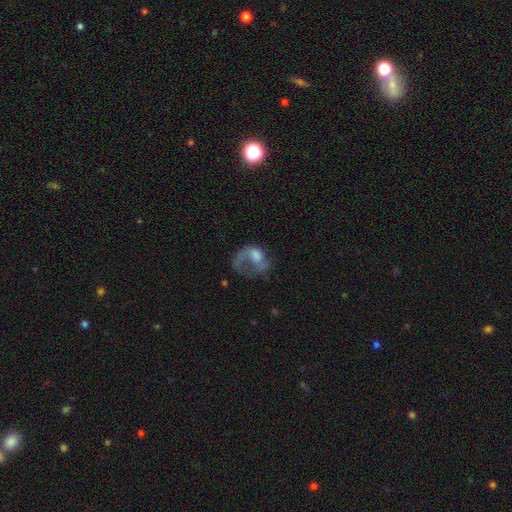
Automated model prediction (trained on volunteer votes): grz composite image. It shows a featured or disk galaxy (58%) with no bar (72%), spiral arms (63%) and a moderate central bulge (38%). Merging: major disturbance (55%).